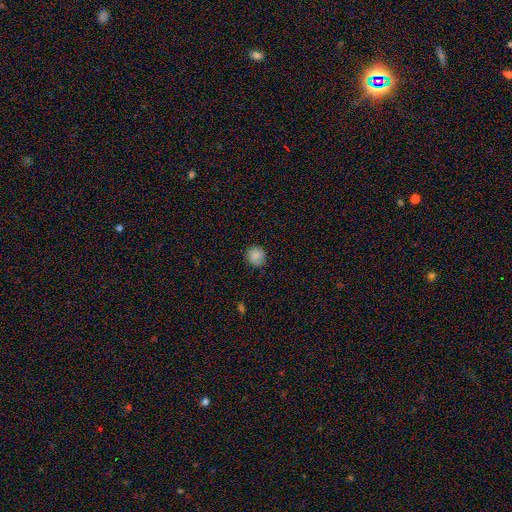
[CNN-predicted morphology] A smooth galaxy with no disk features (86%) that is round (91%).

Vote fractions:
- Smooth or featured? smooth: 86% / star or artifact: 9% / featured or disk: 5%
- How rounded? round: 91% / in between: 8% / cigar-shaped: 1%
- Merging? none: 85% / minor disturbance: 12% / major disturbance: 2% / merger: 1%